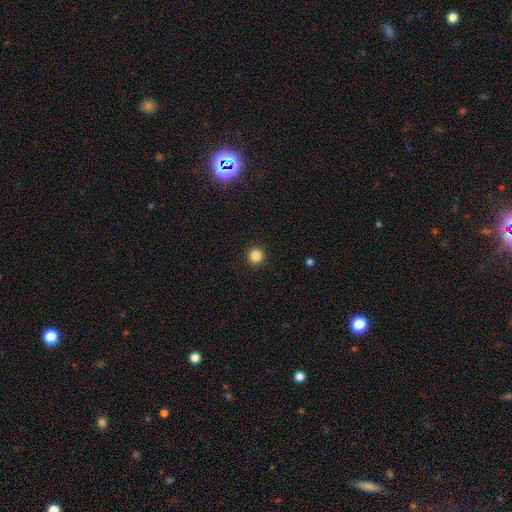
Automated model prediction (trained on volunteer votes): smooth_or_featured: smooth (p=0.86) [alt: star or artifact p=0.11]
how_rounded: round (p=0.95) [alt: in between p=0.04]
merging: none (p=0.93) [alt: minor disturbance p=0.05]